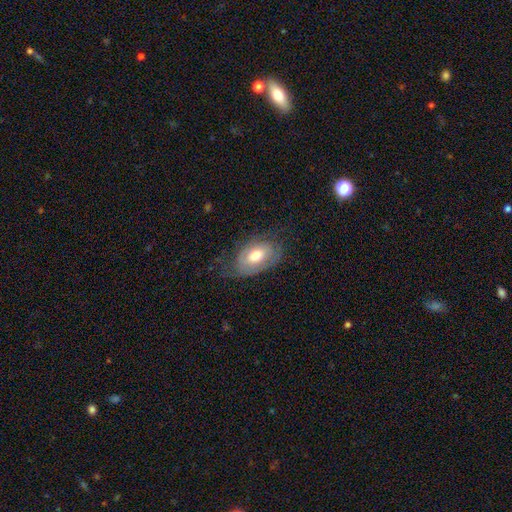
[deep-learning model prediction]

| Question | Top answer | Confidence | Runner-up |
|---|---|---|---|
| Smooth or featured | smooth | 48% | featured or disk (45%) |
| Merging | none | 57% | minor disturbance (25%) |